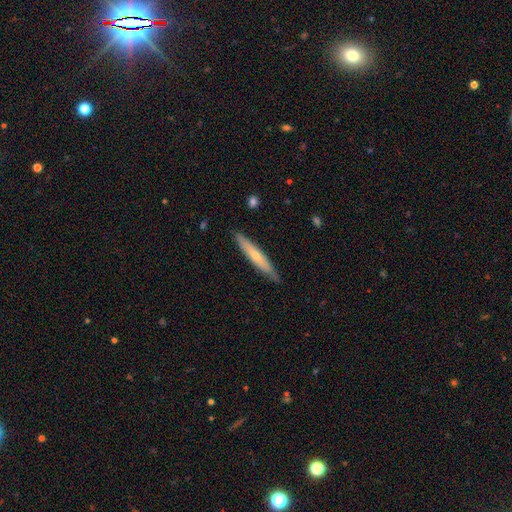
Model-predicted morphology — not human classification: Smooth or featured? smooth (49%)
Merging? none (85%)